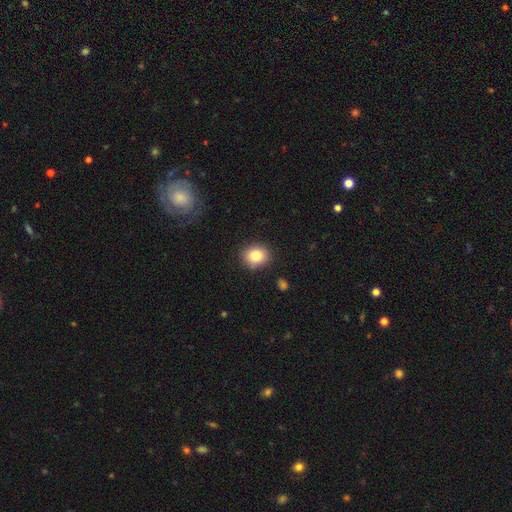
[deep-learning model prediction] This is clearly a smooth galaxy (81%). How rounded: likely round (71%). Merging: clearly none (86%).